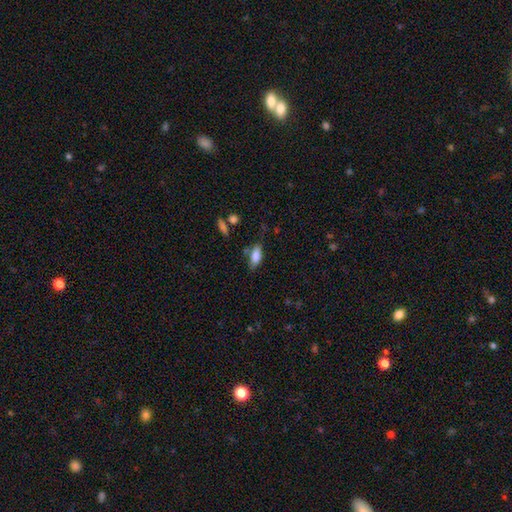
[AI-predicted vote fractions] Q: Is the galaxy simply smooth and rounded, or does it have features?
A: smooth — 77%.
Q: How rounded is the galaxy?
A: in between — 80%.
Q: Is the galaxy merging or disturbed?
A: none — 66%.